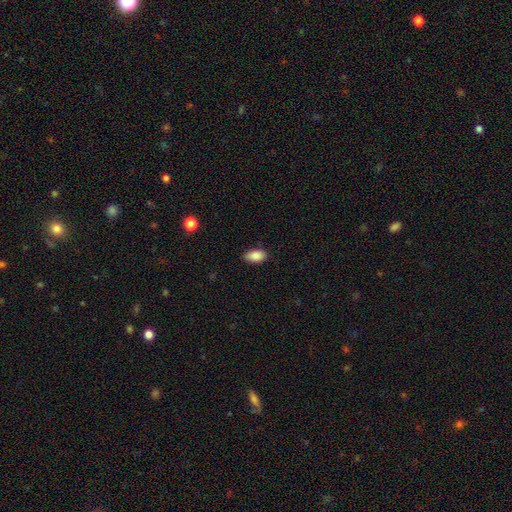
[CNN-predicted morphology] Q: Smooth or featured?
A: smooth (88%); runner-up: star or artifact (7%)
Q: How rounded?
A: in between (93%); runner-up: round (5%)
Q: Merging?
A: none (83%); runner-up: minor disturbance (13%)